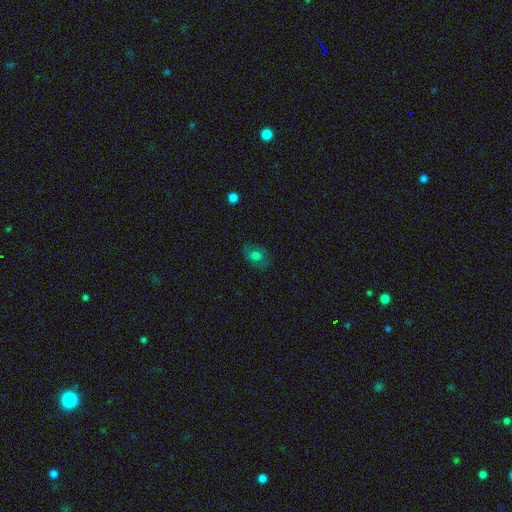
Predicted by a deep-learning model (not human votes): This is likely a smooth galaxy (65%). How rounded: likely in between (64%). Merging: likely none (75%).